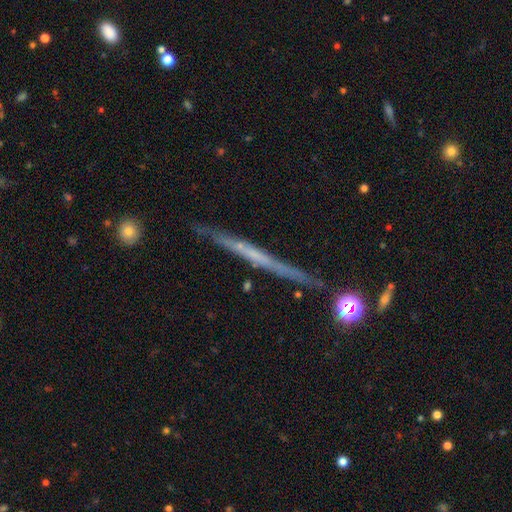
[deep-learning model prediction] Smooth or featured? featured or disk (62%)
Edge-on disk? yes (96%)
Edge-on bulge? none (84%)
Merging? none (84%)